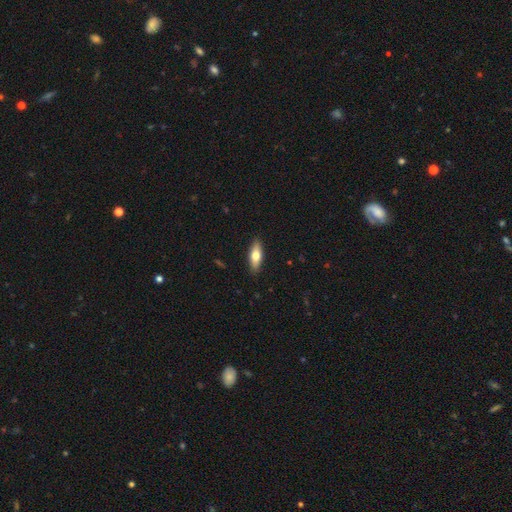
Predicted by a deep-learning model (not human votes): A smooth galaxy with no disk features (66%) that is in between round and cigar-shaped (63%). Merging: none (89%).